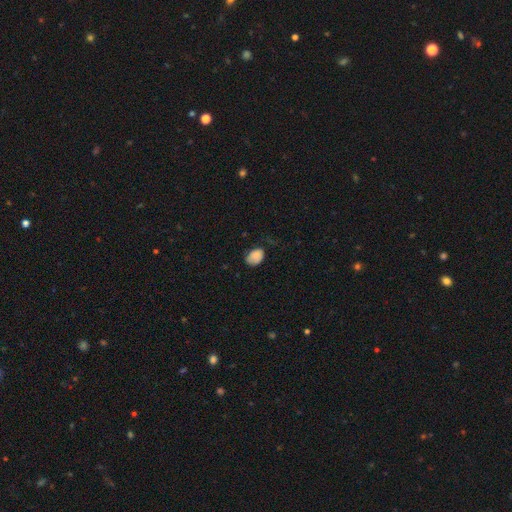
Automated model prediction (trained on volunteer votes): smooth 79%, featured or disk 13%, star or artifact 8%. Down the decision tree: how rounded — in between (79%); merging — none (49%).